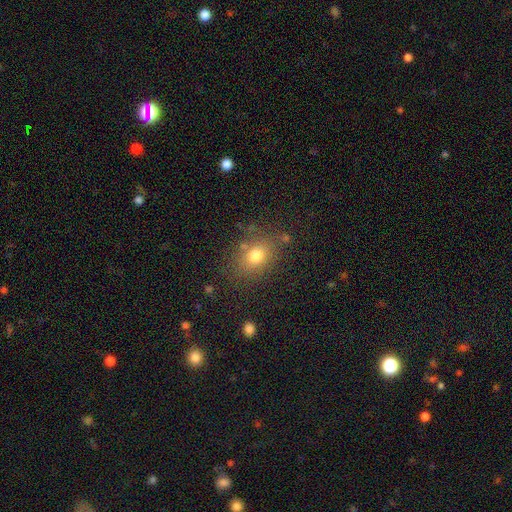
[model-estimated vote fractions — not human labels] Smooth or featured? Predicted: smooth (p=0.75). How rounded? Predicted: in between (p=0.59). Merging? Predicted: none (p=0.77).